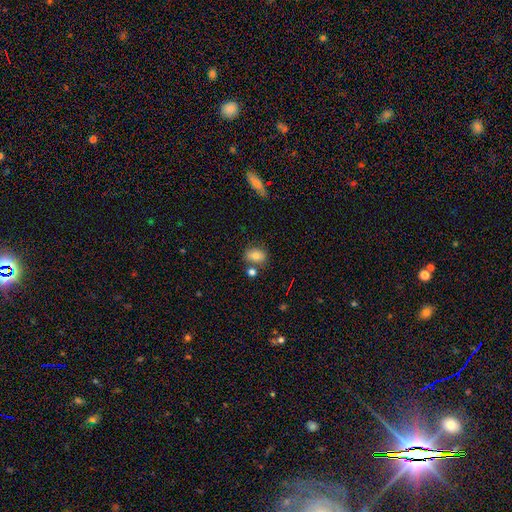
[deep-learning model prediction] smooth_or_featured: smooth (p=0.78) [alt: featured or disk p=0.12]
how_rounded: in between (p=0.69) [alt: round p=0.29]
merging: none (p=0.68) [alt: merger p=0.14]